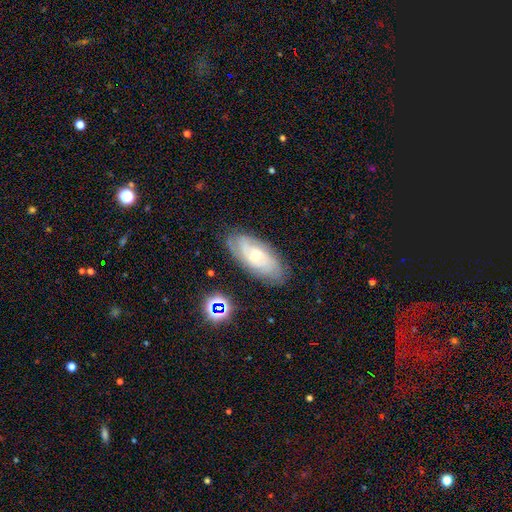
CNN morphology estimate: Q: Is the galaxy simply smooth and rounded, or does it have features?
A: featured or disk — 75%.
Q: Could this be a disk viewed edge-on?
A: no — 92%.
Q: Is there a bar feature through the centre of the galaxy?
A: no — 67%.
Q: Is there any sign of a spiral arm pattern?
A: yes — 93%.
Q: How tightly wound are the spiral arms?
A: tight — 66%.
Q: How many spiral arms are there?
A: can't tell — 40%.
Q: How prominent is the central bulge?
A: small — 57%.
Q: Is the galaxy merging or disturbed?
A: none — 80%.